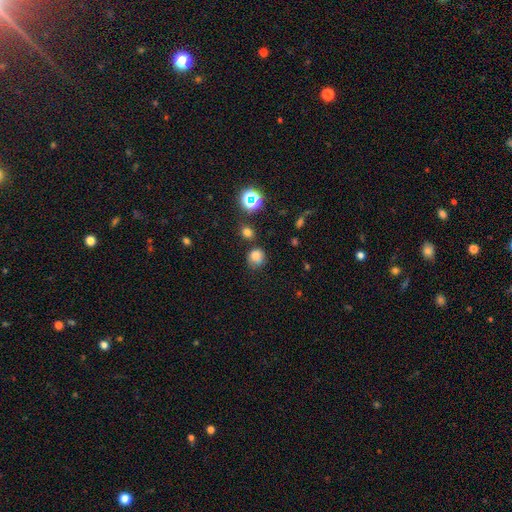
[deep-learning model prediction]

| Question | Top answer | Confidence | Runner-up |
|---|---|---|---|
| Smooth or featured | smooth | 76% | star or artifact (16%) |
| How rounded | round | 80% | in between (19%) |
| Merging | none | 67% | minor disturbance (20%) |